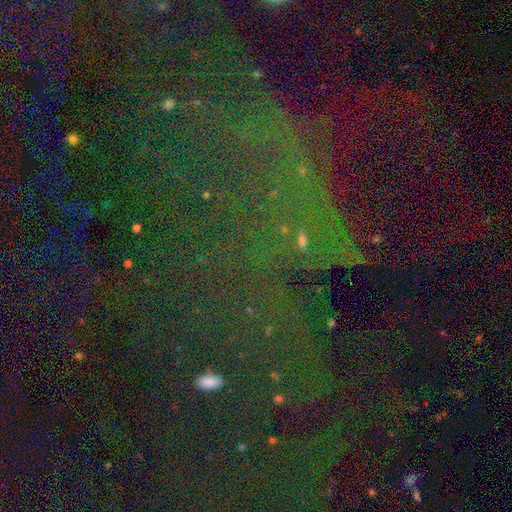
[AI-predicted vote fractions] Morphology: type=star or artifact (78%).